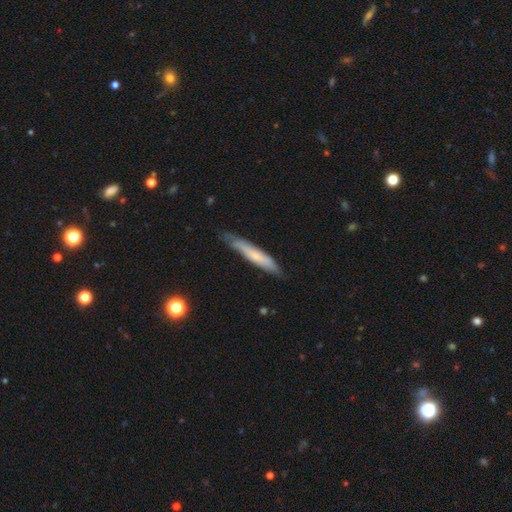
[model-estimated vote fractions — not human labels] This appears to be a smooth galaxy with no disk features (55%) that is cigar-shaped (90%). Merging: none (69%).